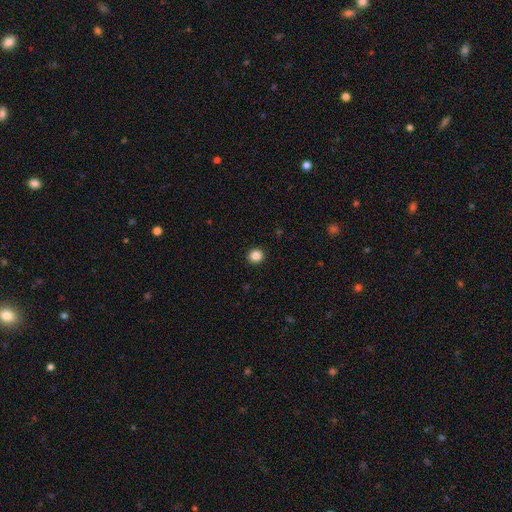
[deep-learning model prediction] Morphology: type=smooth (85%); roundness=round (90%); merging=none (93%).